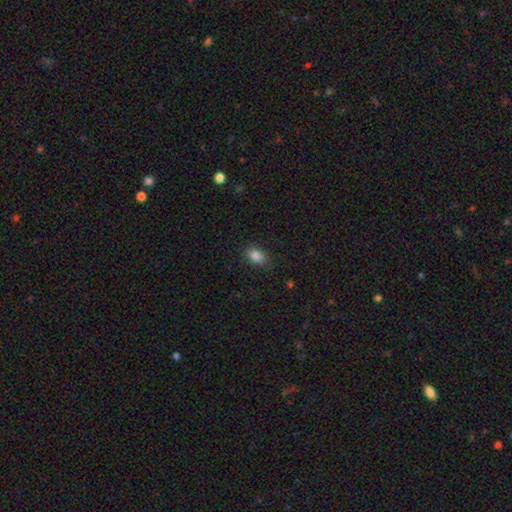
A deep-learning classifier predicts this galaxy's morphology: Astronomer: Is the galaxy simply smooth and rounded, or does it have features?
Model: smooth — 85%.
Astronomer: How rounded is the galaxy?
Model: in between — 80%.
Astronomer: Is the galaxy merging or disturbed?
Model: none — 85%.